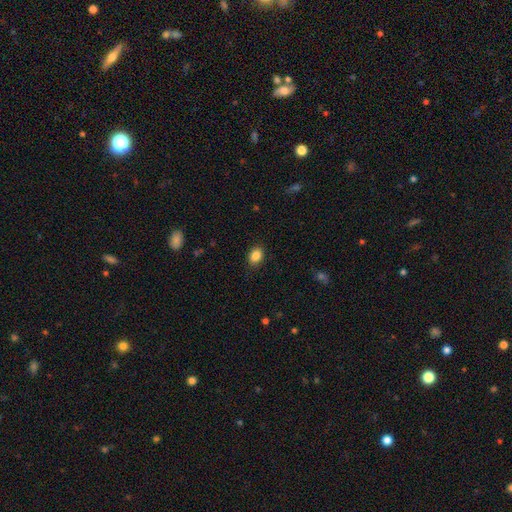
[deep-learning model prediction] Smooth or featured? smooth (87%)
How rounded? in between (71%)
Merging? none (88%)